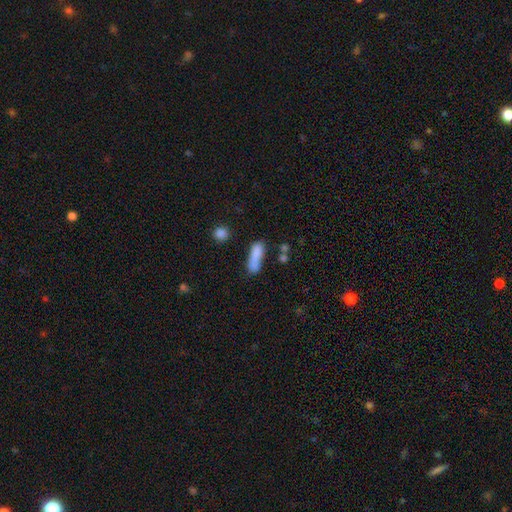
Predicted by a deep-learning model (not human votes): This appears to be a smooth galaxy with no disk features (80%) that is cigar-shaped (57%). Merging: none (50%).